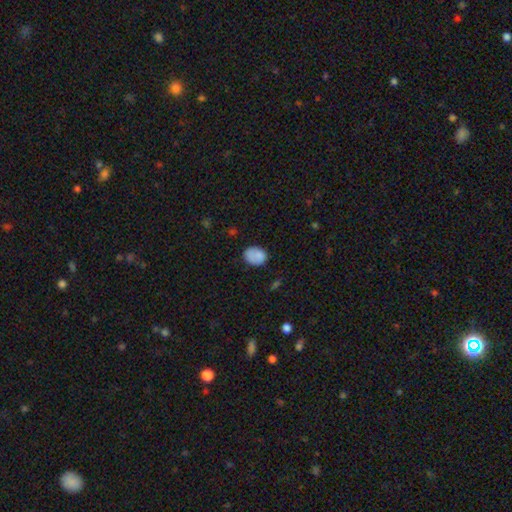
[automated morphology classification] smooth-or-featured: smooth: 84% | star or artifact: 9% | featured or disk: 7%
  how-rounded: in between: 55% | round: 44% | cigar-shaped: 1%
  merging: none: 71% | minor disturbance: 21% | major disturbance: 5% | merger: 3%